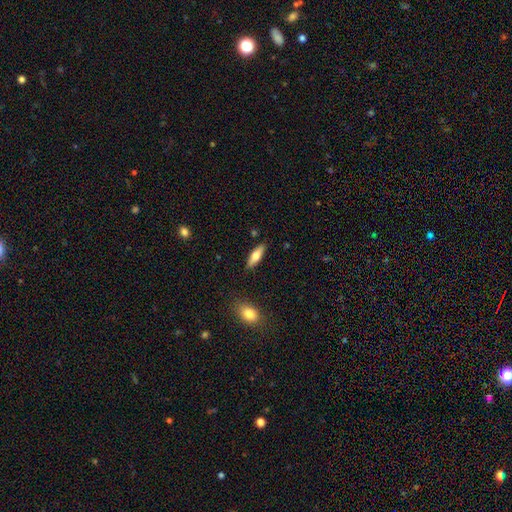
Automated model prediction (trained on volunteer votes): Smooth or featured? smooth (65%)
How rounded? in between (54%)
Merging? none (87%)